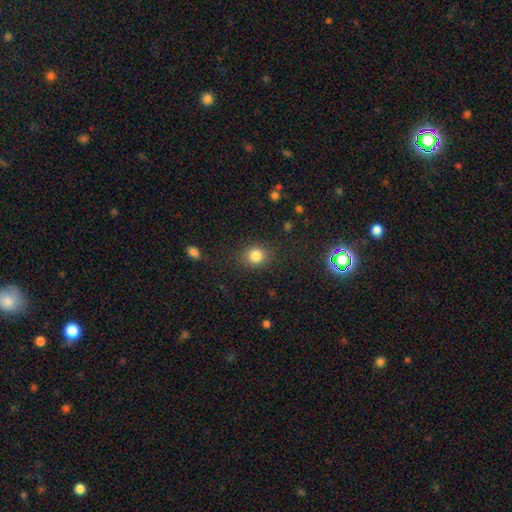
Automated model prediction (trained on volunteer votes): Smooth or featured? Predicted: smooth (p=0.82). How rounded? Predicted: round (p=0.76). Merging? Predicted: none (p=0.85).